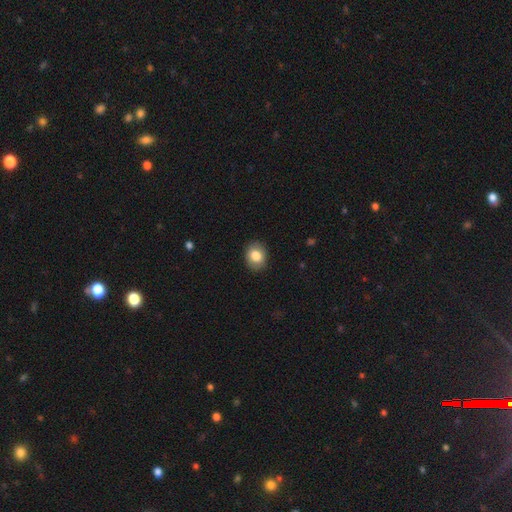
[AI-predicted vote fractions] smooth-or-featured: smooth: 81% | featured or disk: 11% | star or artifact: 7%
  how-rounded: in between: 56% | round: 44% | cigar-shaped: 1%
  merging: none: 87% | minor disturbance: 10% | major disturbance: 2% | merger: 1%